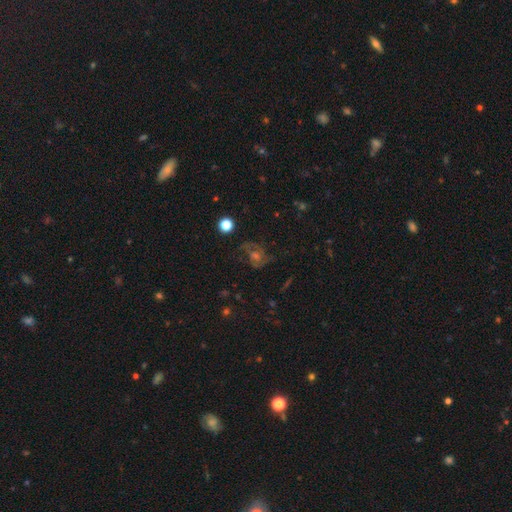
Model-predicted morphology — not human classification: Smooth or featured? featured or disk (56%)
Edge-on disk? no (96%)
Bar? no (63%)
Spiral arms? yes (86%)
Bulge size? moderate (48%)
Merging? none (70%)